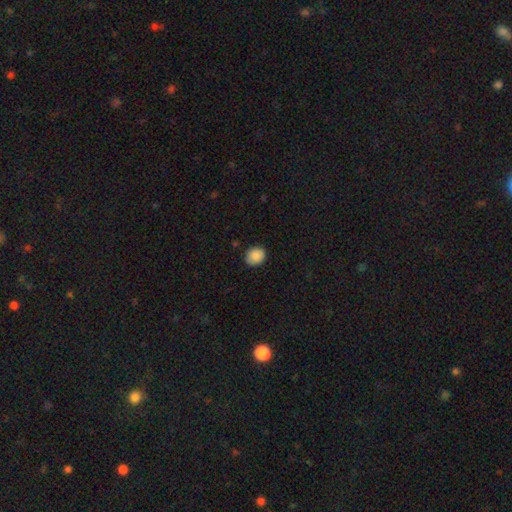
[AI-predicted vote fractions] A smooth galaxy with no disk features (89%) that is round (61%).

Vote fractions:
- Smooth or featured? smooth: 89% / star or artifact: 8% / featured or disk: 3%
- How rounded? round: 61% / in between: 38% / cigar-shaped: 1%
- Merging? none: 84% / minor disturbance: 12% / major disturbance: 2% / merger: 1%